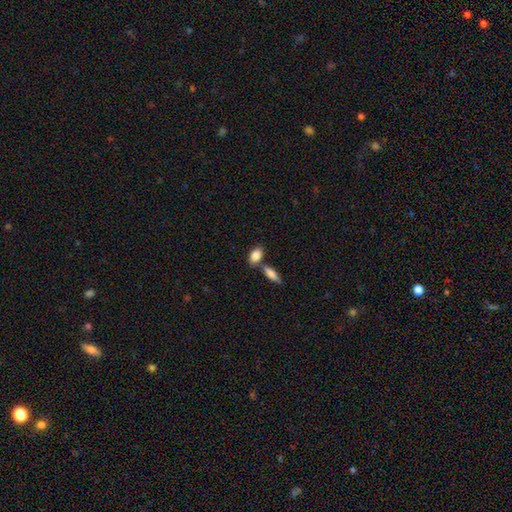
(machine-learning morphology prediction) Smooth or featured? smooth (85%)
How rounded? in between (85%)
Merging? none (56%)